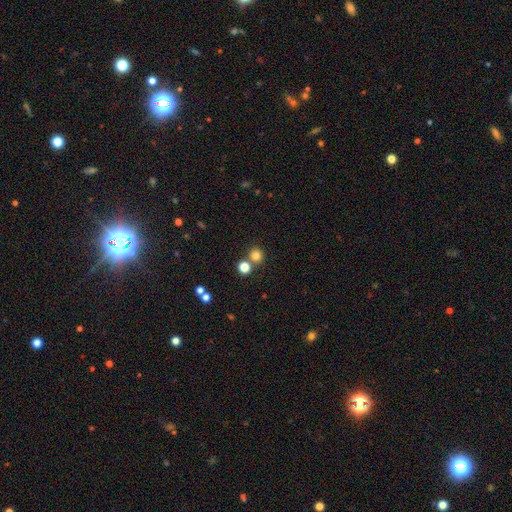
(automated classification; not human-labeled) Smooth or featured? smooth (79%)
How rounded? round (92%)
Merging? none (74%)